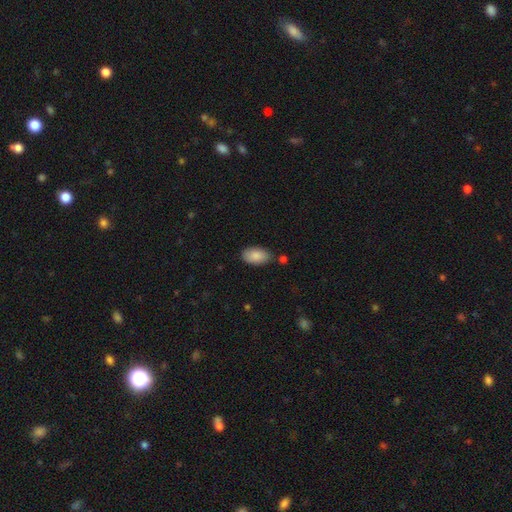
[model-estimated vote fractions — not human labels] Overall: smooth (87%). How rounded: in between (95%). Merging: none (80%).